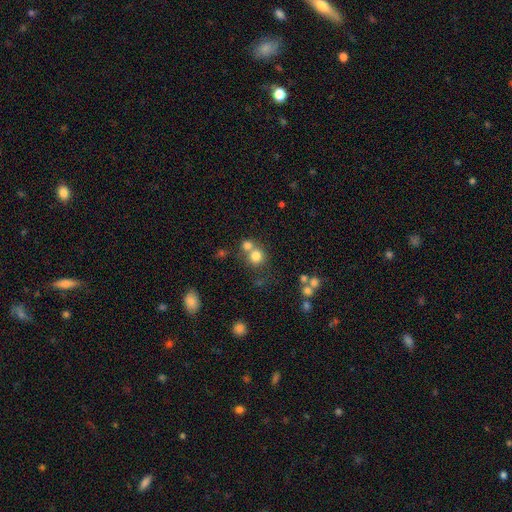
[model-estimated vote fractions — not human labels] Morphology: type=smooth (75%); roundness=round (87%); merging=none (49%).